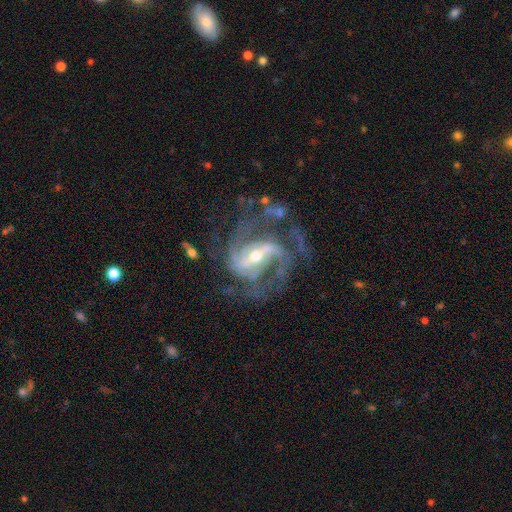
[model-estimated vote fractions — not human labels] Q: Smooth or featured?
A: featured or disk (91%); runner-up: star or artifact (6%)
Q: Edge-on disk?
A: no (97%); runner-up: yes (3%)
Q: Bar?
A: strong (52%); runner-up: weak (36%)
Q: Spiral arms?
A: yes (97%); runner-up: no (3%)
Q: Spiral winding?
A: medium (53%); runner-up: tight (27%)
Q: Spiral arm count?
A: 2 (47%); runner-up: 3 (25%)
Q: Bulge size?
A: moderate (49%); runner-up: small (46%)
Q: Merging?
A: none (56%); runner-up: major disturbance (22%)